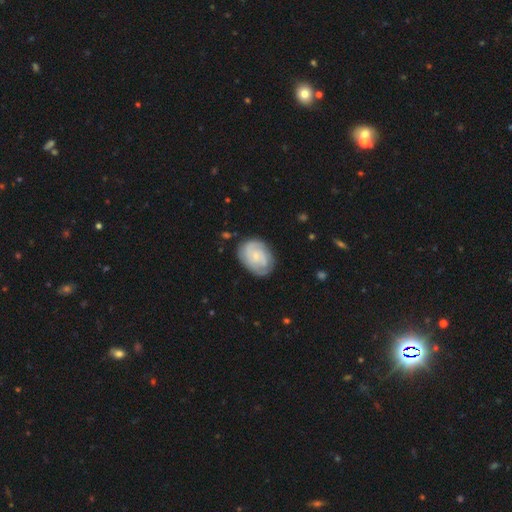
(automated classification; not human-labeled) This appears to be a featured or disk galaxy (69%) with no bar (70%), 2 (37%) tight (59%) spiral arms (90%) and a small central bulge (73%). Merging: none (74%).